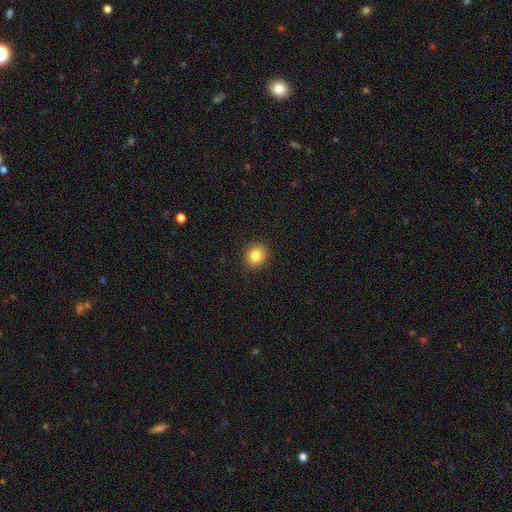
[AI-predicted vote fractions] The model was most divided on "how rounded": round: 65%, in between: 34%, cigar-shaped: 1%. More confident: merging — none (90%); smooth or featured — smooth (84%).